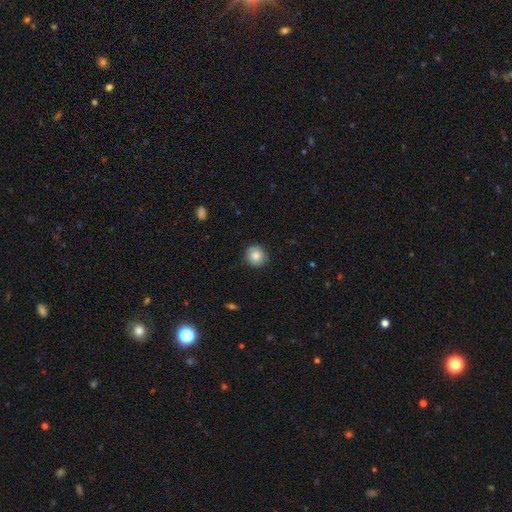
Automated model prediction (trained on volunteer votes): The model was most divided on "smooth or featured": smooth: 79%, featured or disk: 12%, star or artifact: 9%. More confident: how rounded — round (92%); merging — none (84%).